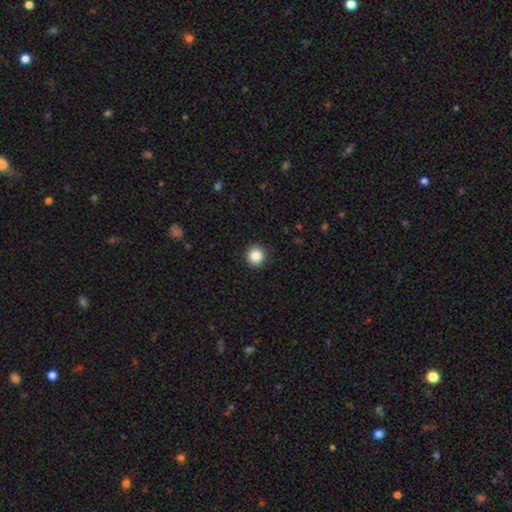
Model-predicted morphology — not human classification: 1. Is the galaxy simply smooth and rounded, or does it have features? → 86% smooth, 10% star or artifact, 4% featured or disk.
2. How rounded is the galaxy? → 94% round, 5% in between, 1% cigar-shaped.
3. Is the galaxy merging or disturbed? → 92% none, 5% minor disturbance, 2% major disturbance, 1% merger.